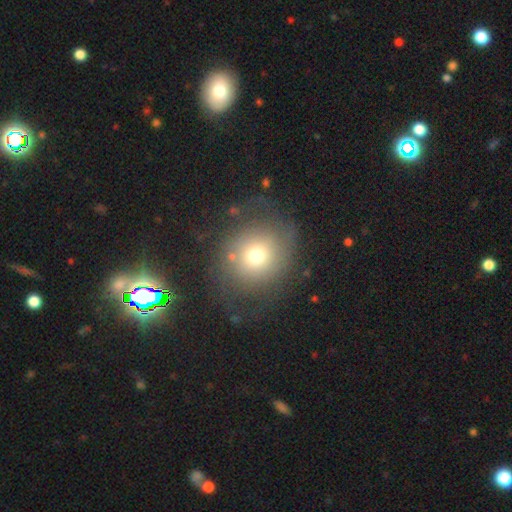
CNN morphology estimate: A smooth galaxy with no disk features (65%) that is round (80%).

Vote fractions:
- Smooth or featured? smooth: 65% / featured or disk: 20% / star or artifact: 15%
- How rounded? round: 80% / in between: 19% / cigar-shaped: 1%
- Merging? none: 67% / minor disturbance: 17% / major disturbance: 13% / merger: 3%